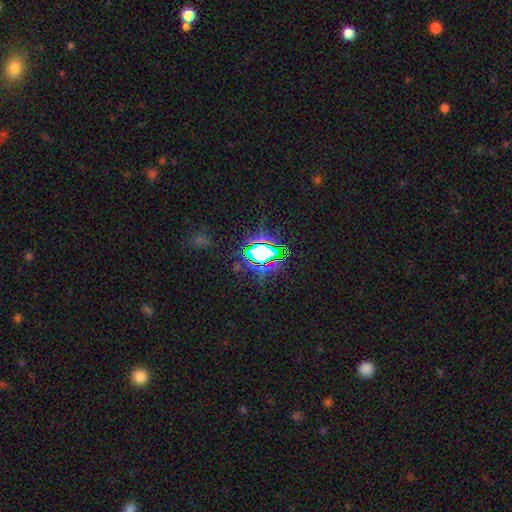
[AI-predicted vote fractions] Smooth or featured: star or artifact — 77% (smooth — 14%)